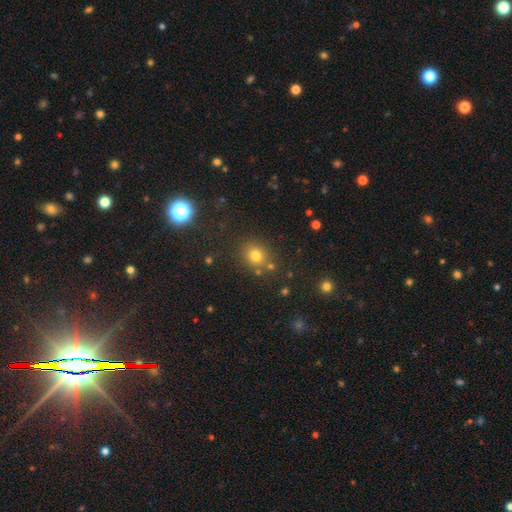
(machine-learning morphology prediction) A smooth galaxy with no disk features (75%) that is round (82%). Merging: none (78%).